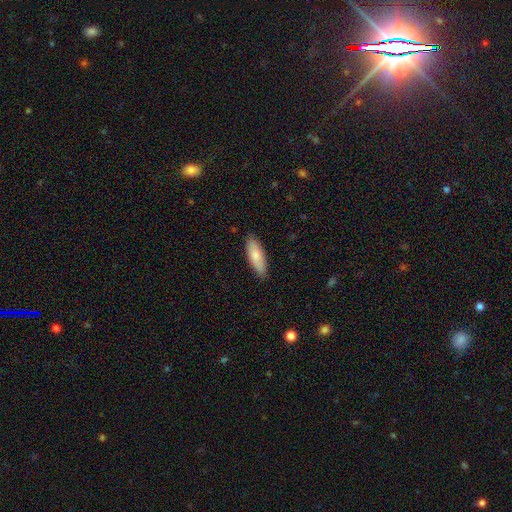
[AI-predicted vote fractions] Q: Smooth or featured?
A: smooth (80%); runner-up: featured or disk (14%)
Q: How rounded?
A: in between (60%); runner-up: cigar-shaped (38%)
Q: Merging?
A: none (86%); runner-up: minor disturbance (11%)